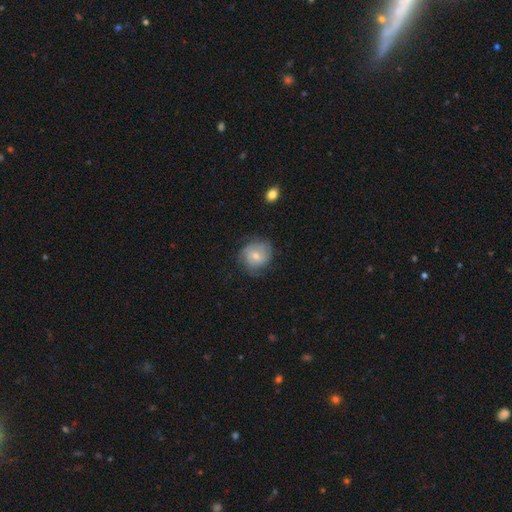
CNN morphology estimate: Smooth or featured?
  - featured or disk: 47% *
  - smooth: 45%
  - star or artifact: 7%
Merging?
  - none: 67% *
  - minor disturbance: 23%
  - major disturbance: 9%
  - merger: 1%